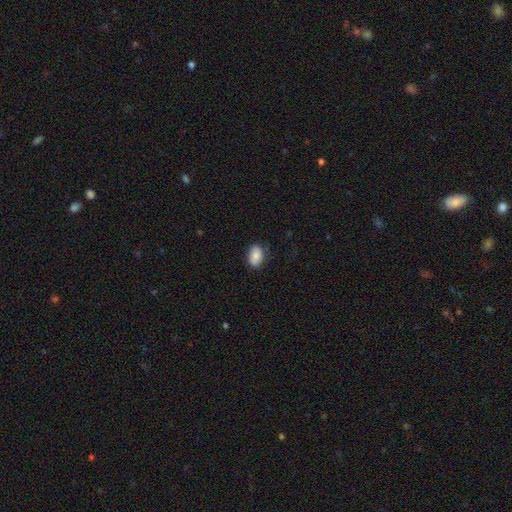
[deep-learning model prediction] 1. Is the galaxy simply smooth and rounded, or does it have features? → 81% smooth, 11% featured or disk, 7% star or artifact.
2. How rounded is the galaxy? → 86% in between, 13% round, 1% cigar-shaped.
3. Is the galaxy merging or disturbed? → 79% none, 16% minor disturbance, 4% major disturbance, 1% merger.